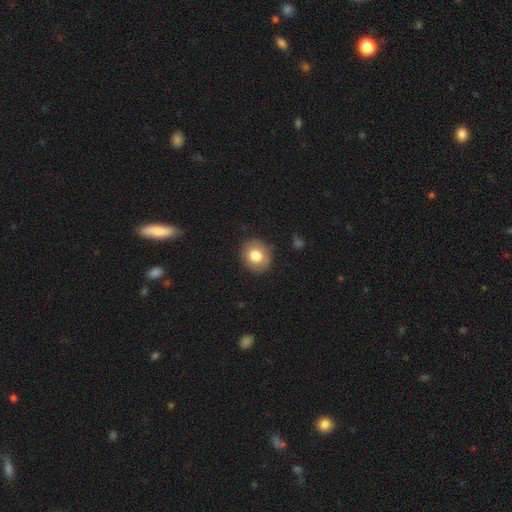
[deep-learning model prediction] Smooth or featured?
  - smooth: 80% *
  - featured or disk: 11%
  - star or artifact: 8%
How rounded?
  - round: 66% *
  - in between: 33%
  - cigar-shaped: 1%
Merging?
  - none: 87% *
  - minor disturbance: 10%
  - major disturbance: 2%
  - merger: 1%